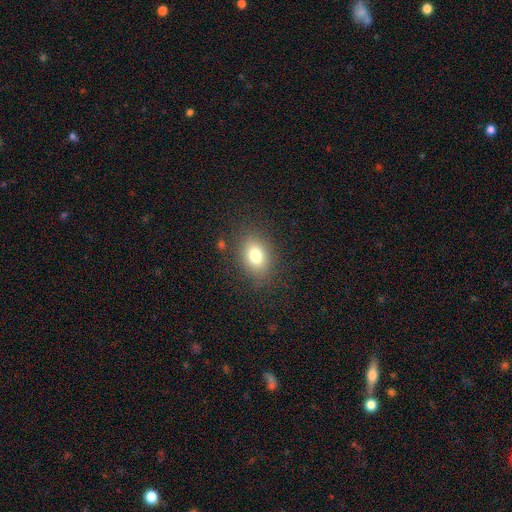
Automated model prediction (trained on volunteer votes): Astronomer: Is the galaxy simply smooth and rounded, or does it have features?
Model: smooth — 78%.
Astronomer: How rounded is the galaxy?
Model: in between — 68%.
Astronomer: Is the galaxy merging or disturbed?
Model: none — 87%.